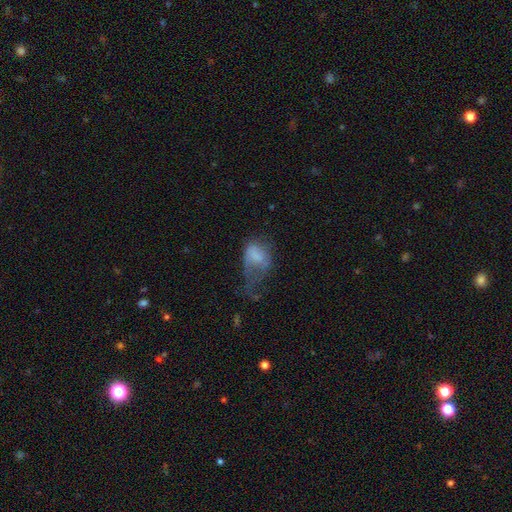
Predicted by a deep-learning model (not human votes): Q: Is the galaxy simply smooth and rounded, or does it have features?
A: smooth — 60%.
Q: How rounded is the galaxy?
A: in between — 79%.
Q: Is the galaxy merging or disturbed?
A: major disturbance — 60%.